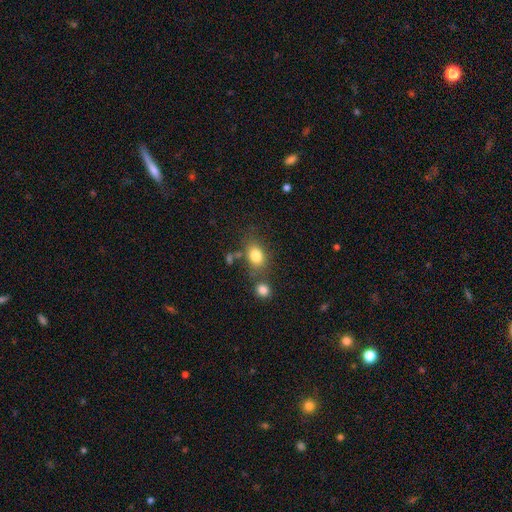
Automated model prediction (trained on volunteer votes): A smooth galaxy with no disk features (80%) that is in between round and cigar-shaped (70%).

Vote fractions:
- Smooth or featured? smooth: 80% / star or artifact: 10% / featured or disk: 9%
- How rounded? in between: 70% / round: 29% / cigar-shaped: 2%
- Merging? none: 63% / minor disturbance: 16% / merger: 15% / major disturbance: 6%